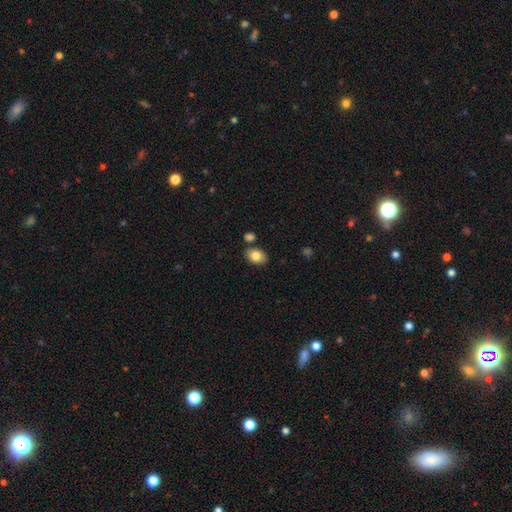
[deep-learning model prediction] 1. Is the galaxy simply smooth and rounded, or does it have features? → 82% smooth, 10% featured or disk, 8% star or artifact.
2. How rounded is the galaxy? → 79% in between, 20% round, 1% cigar-shaped.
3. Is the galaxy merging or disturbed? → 79% none, 11% minor disturbance, 7% merger, 2% major disturbance.